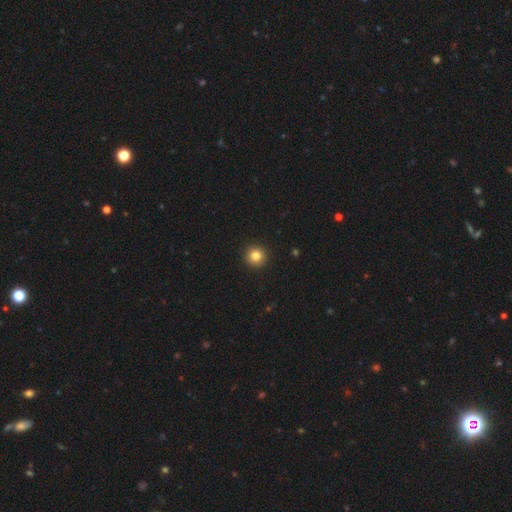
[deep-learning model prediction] A smooth galaxy with no disk features (83%) that is round (96%). Merging: none (94%).